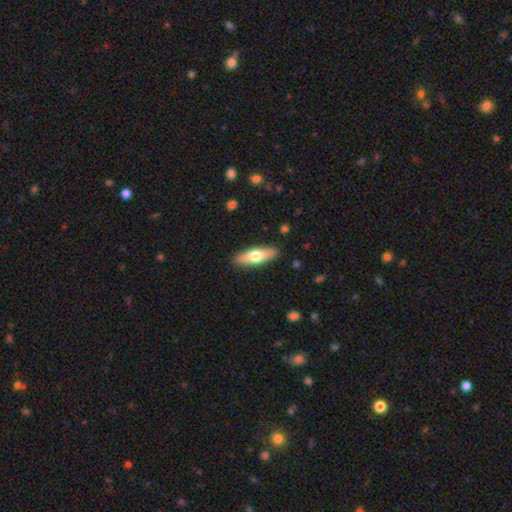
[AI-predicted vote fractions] Smooth or featured?
  - smooth: 60% *
  - featured or disk: 35%
  - star or artifact: 5%
How rounded?
  - cigar-shaped: 49% *
  - in between: 48%
  - round: 2%
Merging?
  - none: 90% *
  - minor disturbance: 8%
  - major disturbance: 2%
  - merger: 1%